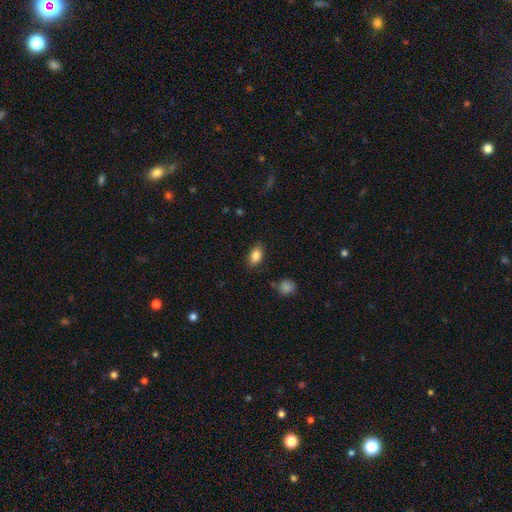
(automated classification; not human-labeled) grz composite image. It shows a smooth galaxy with no disk features (85%) that is in between round and cigar-shaped (87%). Merging: none (83%).